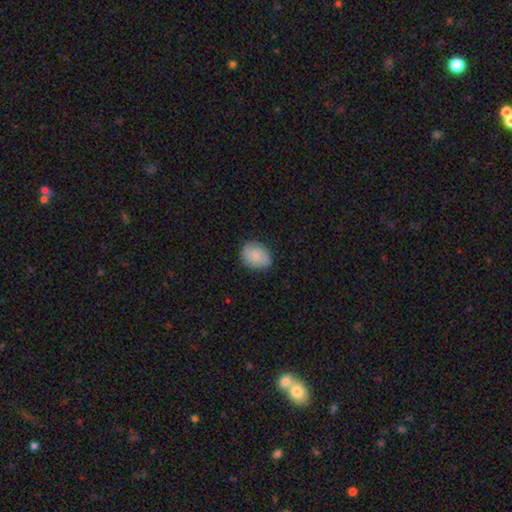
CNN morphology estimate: Smooth or featured? Predicted: smooth (p=0.73). How rounded? Predicted: in between (p=0.55). Merging? Predicted: none (p=0.77).